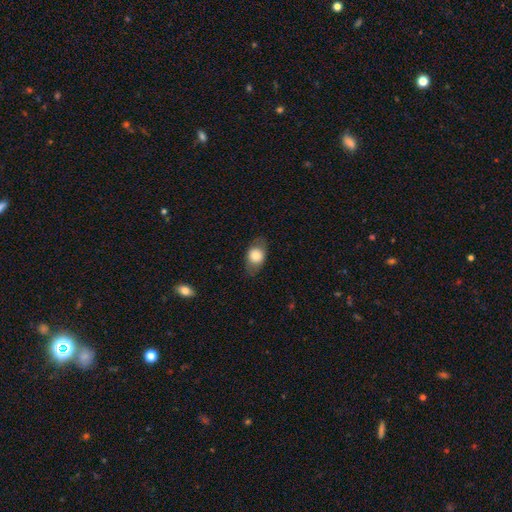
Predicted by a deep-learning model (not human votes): The model was most divided on "how rounded": in between: 64%, round: 34%, cigar-shaped: 2%. More confident: merging — none (77%); smooth or featured — smooth (72%).